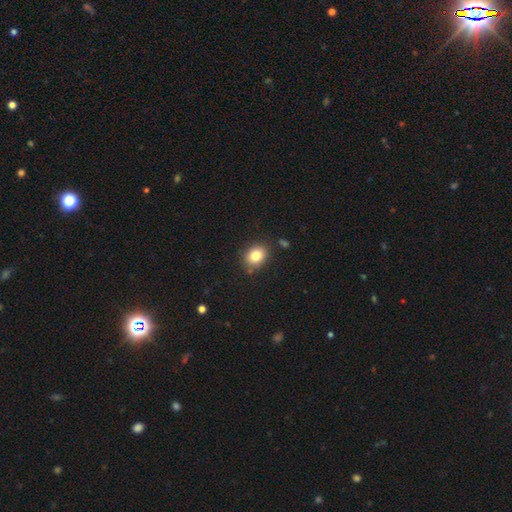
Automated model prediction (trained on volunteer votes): Smooth or featured? smooth (81%)
How rounded? round (55%)
Merging? none (83%)